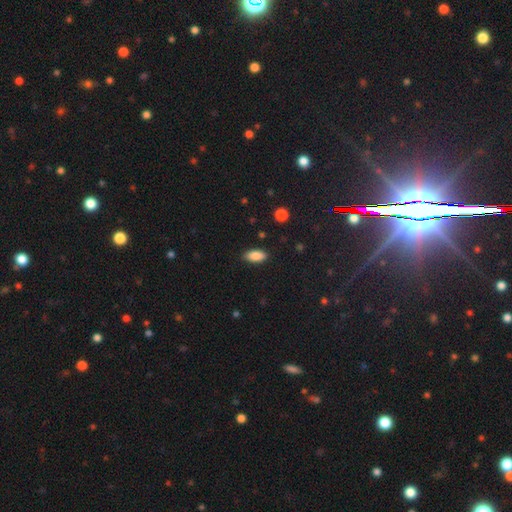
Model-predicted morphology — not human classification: A smooth galaxy with no disk features (88%) that is in between round and cigar-shaped (89%). Merging: none (86%).